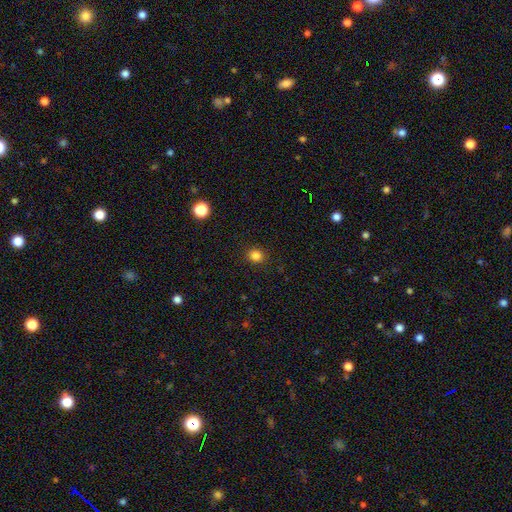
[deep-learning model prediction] smooth_or_featured: smooth (p=0.83) [alt: star or artifact p=0.13]
how_rounded: round (p=0.83) [alt: in between p=0.16]
merging: none (p=0.91) [alt: minor disturbance p=0.06]